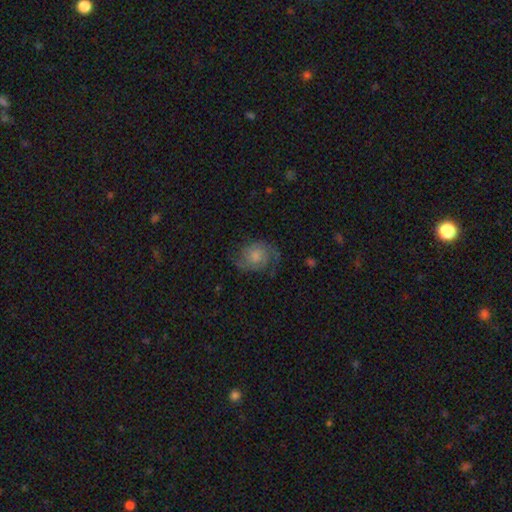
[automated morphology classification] Overall: featured or disk (64%; smooth 28%). Edge-on disk: no (98%). Bar: no (72%). Spiral arms: yes (92%). Spiral arm count: 2 (76%). Spiral winding: medium (44%; tight 33%). Bulge size: small (39%; moderate 33%). Merging: none (63%).